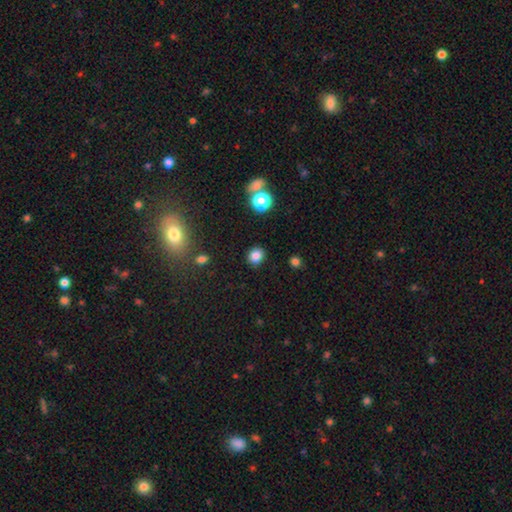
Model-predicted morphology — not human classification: This is clearly a smooth galaxy (83%). How rounded: likely round (76%). Merging: clearly none (87%).